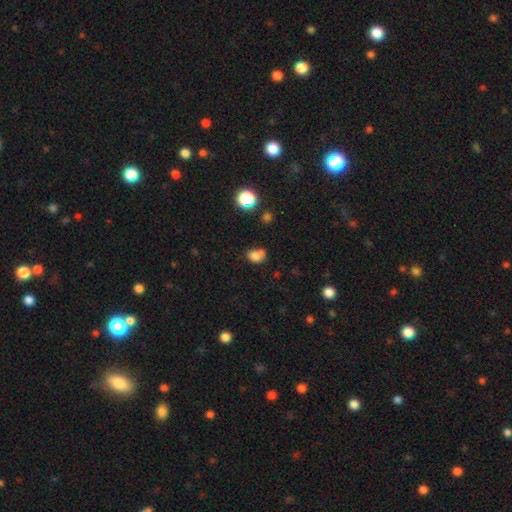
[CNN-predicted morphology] type=smooth (78%); roundness=in between (55%); merging=none (43%).